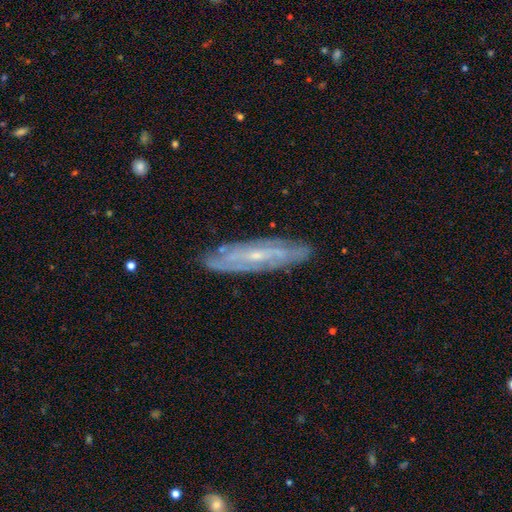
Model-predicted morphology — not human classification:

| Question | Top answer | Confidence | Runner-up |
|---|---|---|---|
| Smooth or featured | featured or disk | 73% | smooth (18%) |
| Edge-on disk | no | 61% | yes (39%) |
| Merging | none | 83% | minor disturbance (13%) |